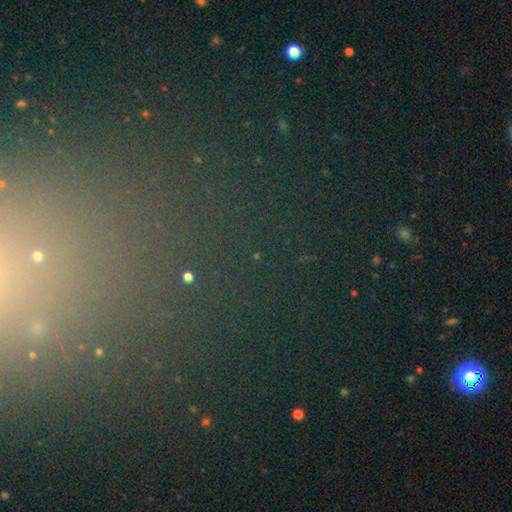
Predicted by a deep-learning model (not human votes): This is likely a star or artifact rather than a galaxy (77%).